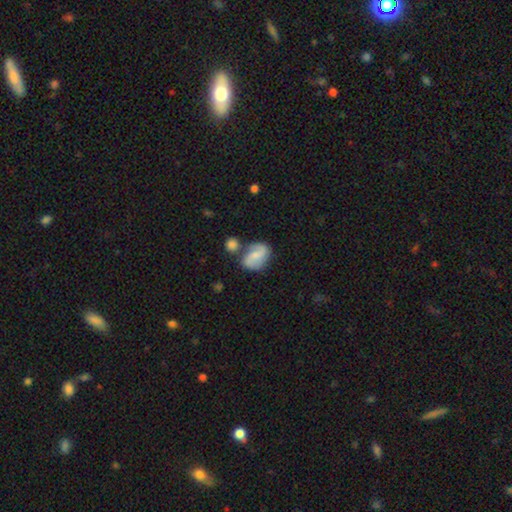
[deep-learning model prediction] Smooth or featured? featured or disk (58%)
Edge-on disk? no (97%)
Bar? weak (48%)
Spiral arms? yes (88%)
Bulge size? small (48%)
Merging? none (57%)